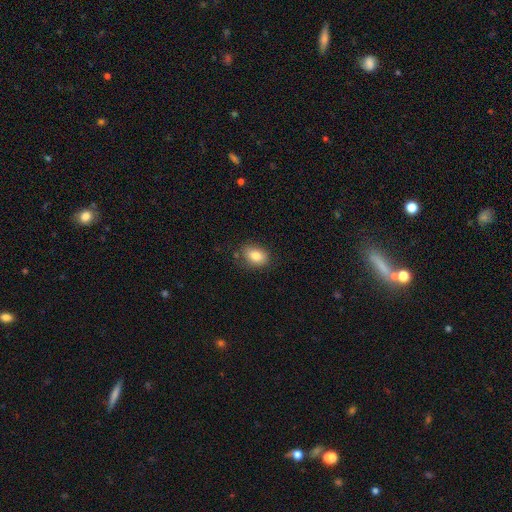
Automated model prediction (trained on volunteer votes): Smooth or featured?
  - smooth: 83% *
  - featured or disk: 8%
  - star or artifact: 8%
How rounded?
  - in between: 83% *
  - round: 16%
  - cigar-shaped: 1%
Merging?
  - none: 77% *
  - minor disturbance: 17%
  - major disturbance: 4%
  - merger: 2%